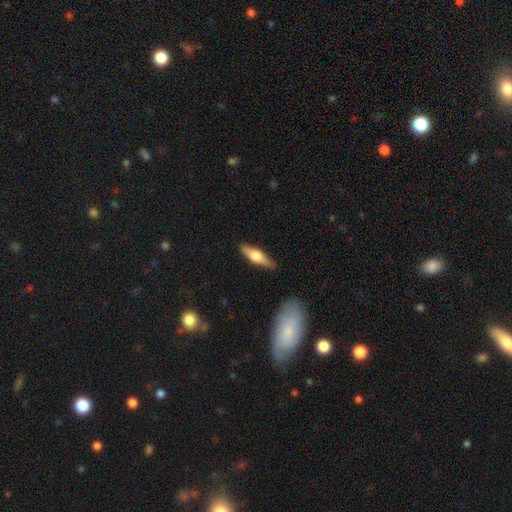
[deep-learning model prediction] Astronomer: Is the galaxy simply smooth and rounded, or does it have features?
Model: featured or disk — 49% (runner-up: smooth, 46%).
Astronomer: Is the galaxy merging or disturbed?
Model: none — 85%.